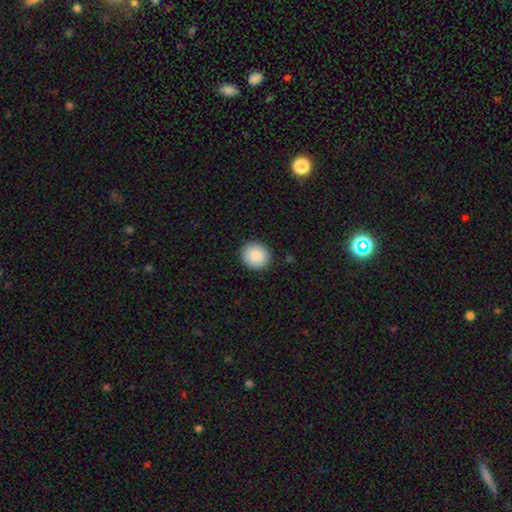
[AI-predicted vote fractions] Morphology: type=smooth (88%); roundness=round (81%); merging=none (90%).